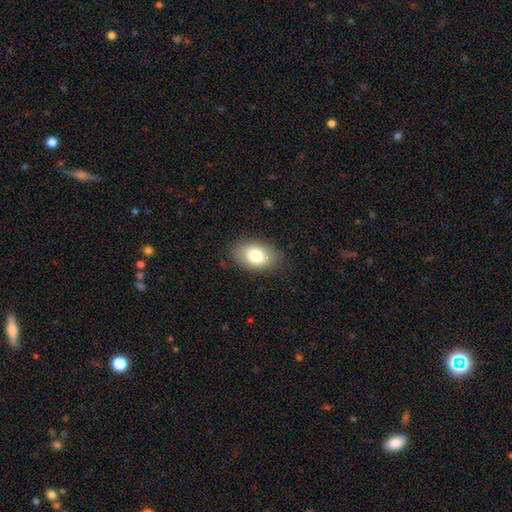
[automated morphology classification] Smooth or featured? Predicted: smooth (p=0.79). How rounded? Predicted: in between (p=0.88). Merging? Predicted: none (p=0.85).